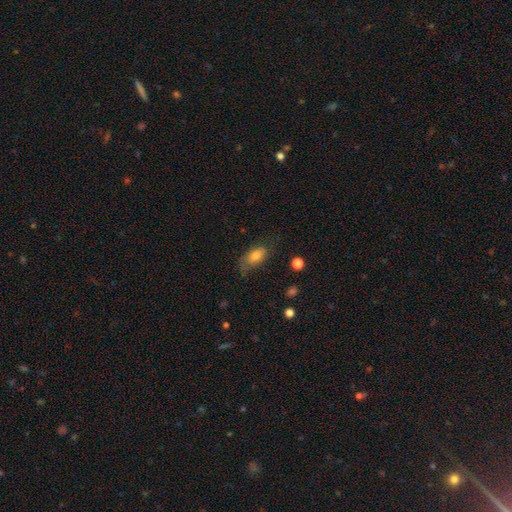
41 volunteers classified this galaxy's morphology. smooth_or_featured: smooth (p=0.80) [alt: featured or disk p=0.10]
how_rounded: in between (p=0.94) [alt: round p=0.03]
merging: none (p=0.62) [alt: minor disturbance p=0.32]